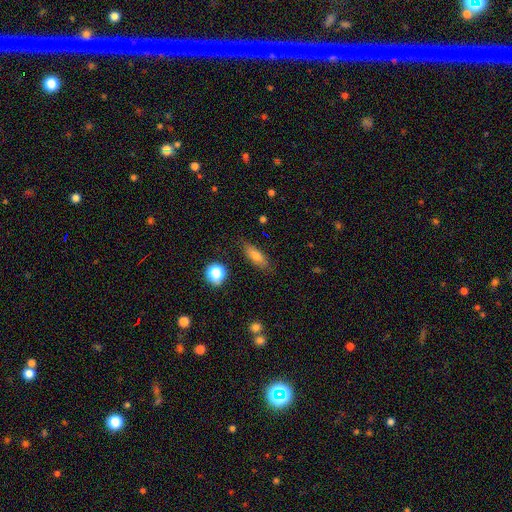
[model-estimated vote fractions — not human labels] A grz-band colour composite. It shows a smooth galaxy with no disk features (74%) that is in between round and cigar-shaped (61%). Merging: none (81%).